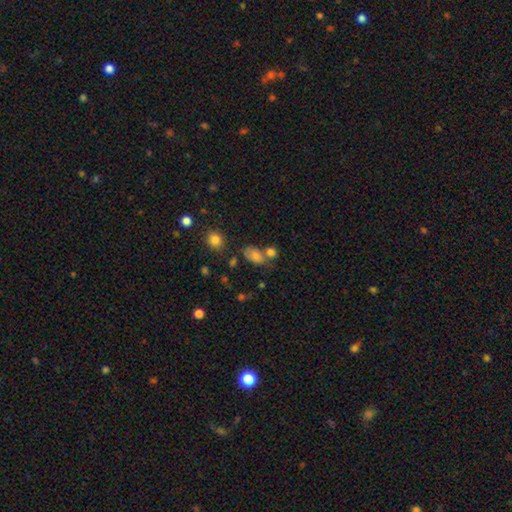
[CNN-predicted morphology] type=smooth (72%); roundness=in between (81%); merging=none (50%).